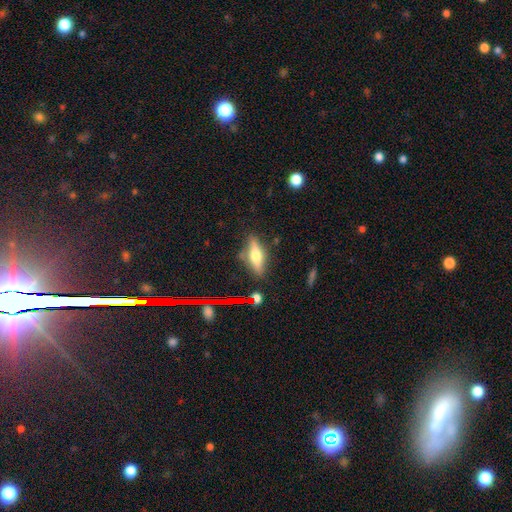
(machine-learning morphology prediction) This appears to be a featured or disk galaxy (48%). Merging: none (80%).